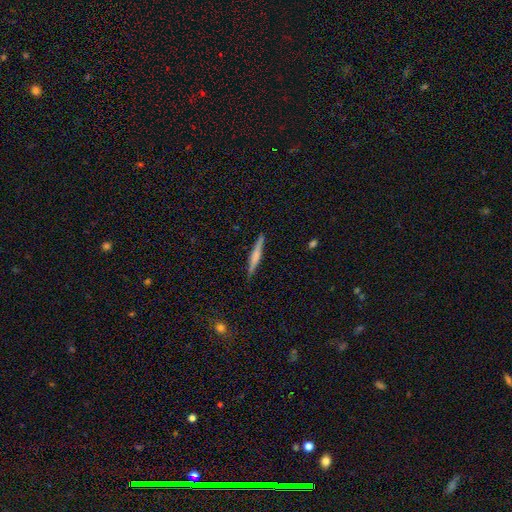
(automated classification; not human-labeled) A smooth galaxy with no disk features (50%).

Vote fractions:
- Smooth or featured? smooth: 50% / featured or disk: 44% / star or artifact: 6%
- Merging? none: 89% / minor disturbance: 8% / major disturbance: 2% / merger: 1%